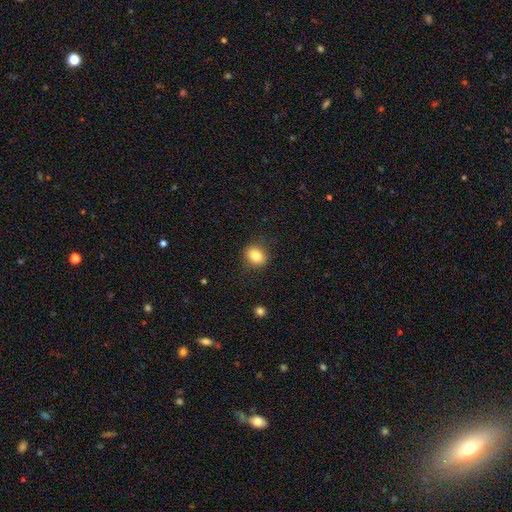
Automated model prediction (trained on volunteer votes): Smooth or featured?
  - smooth: 83% *
  - star or artifact: 10%
  - featured or disk: 8%
How rounded?
  - round: 51% *
  - in between: 48%
  - cigar-shaped: 1%
Merging?
  - none: 86% *
  - minor disturbance: 10%
  - major disturbance: 3%
  - merger: 1%